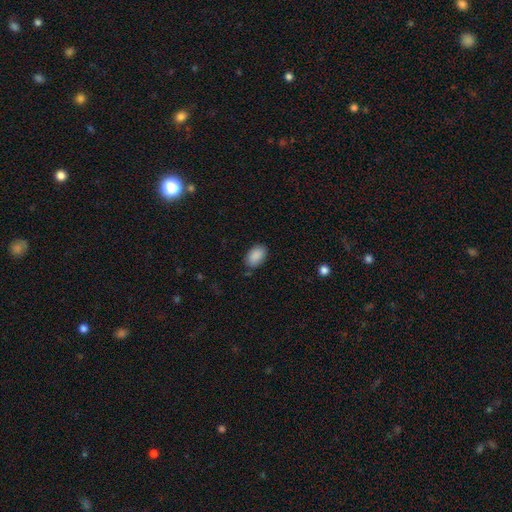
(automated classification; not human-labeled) smooth_or_featured: smooth (p=0.89) [alt: star or artifact p=0.07]
how_rounded: in between (p=0.89) [alt: round p=0.10]
merging: none (p=0.82) [alt: minor disturbance p=0.13]